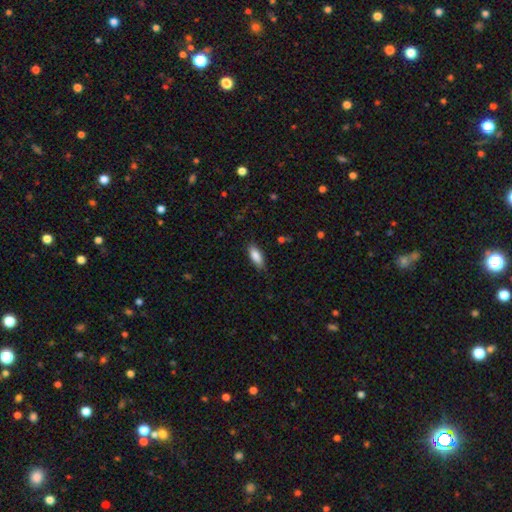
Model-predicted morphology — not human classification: Overall: smooth (86%). How rounded: in between (74%). Merging: none (84%).